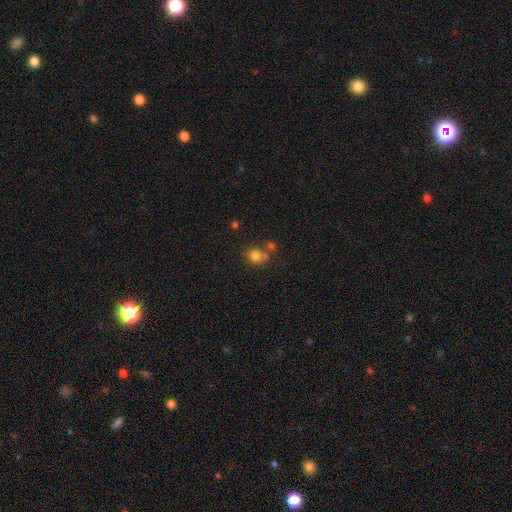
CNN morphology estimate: A smooth galaxy with no disk features (78%) that is round (78%).

Vote fractions:
- Smooth or featured? smooth: 78% / star or artifact: 13% / featured or disk: 9%
- How rounded? round: 78% / in between: 21% / cigar-shaped: 1%
- Merging? none: 52% / merger: 29% / minor disturbance: 13% / major disturbance: 6%